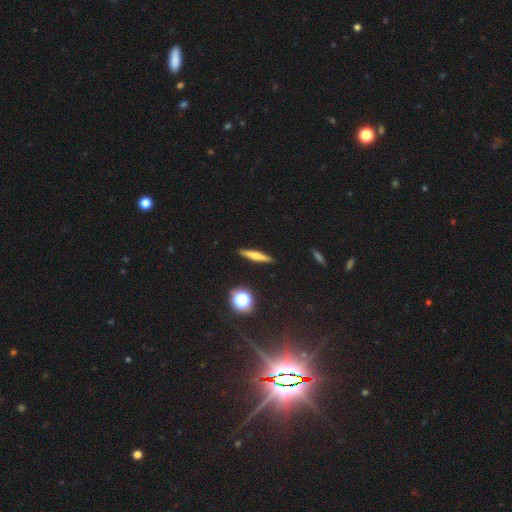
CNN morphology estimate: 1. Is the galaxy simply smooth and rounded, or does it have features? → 56% smooth, 34% featured or disk, 10% star or artifact.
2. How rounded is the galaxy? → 87% cigar-shaped, 9% in between, 4% round.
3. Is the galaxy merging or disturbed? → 90% none, 7% minor disturbance, 2% major disturbance, 2% merger.